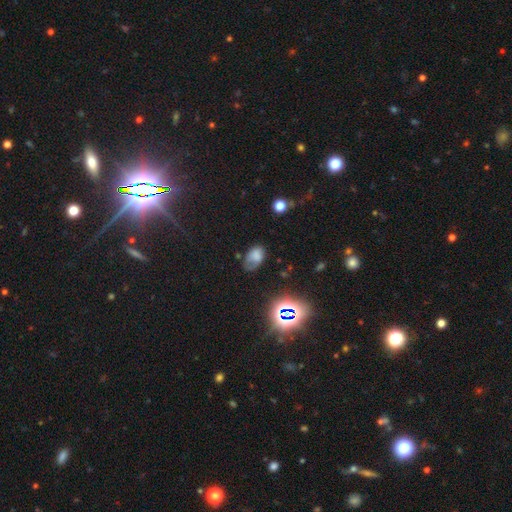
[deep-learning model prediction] Smooth or featured? smooth (64%)
How rounded? in between (86%)
Merging? none (47%)